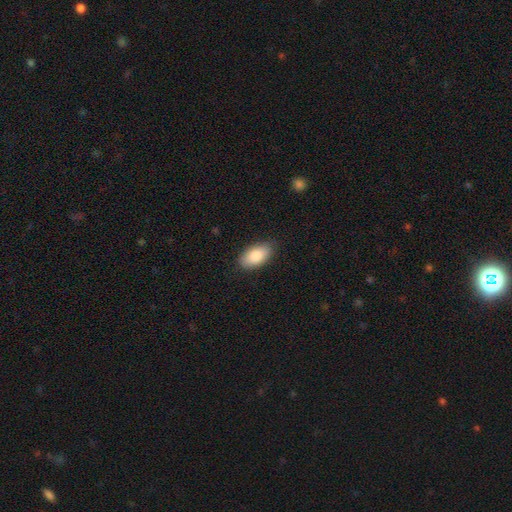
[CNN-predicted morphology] Overall: smooth (84%). How rounded: in between (94%). Merging: none (85%).